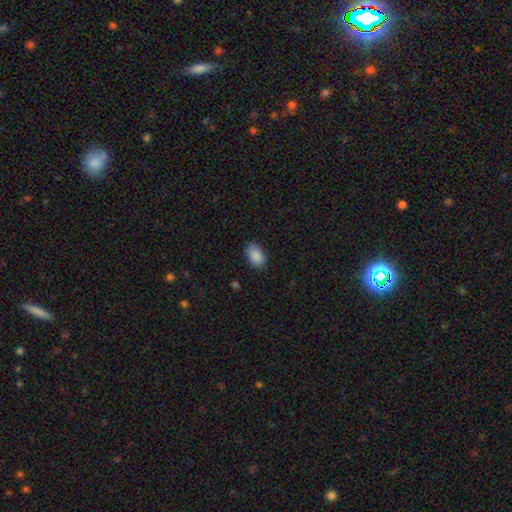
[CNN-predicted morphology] smooth 89%, star or artifact 8%, featured or disk 4%. Down the decision tree: how rounded — in between (89%); merging — none (83%).